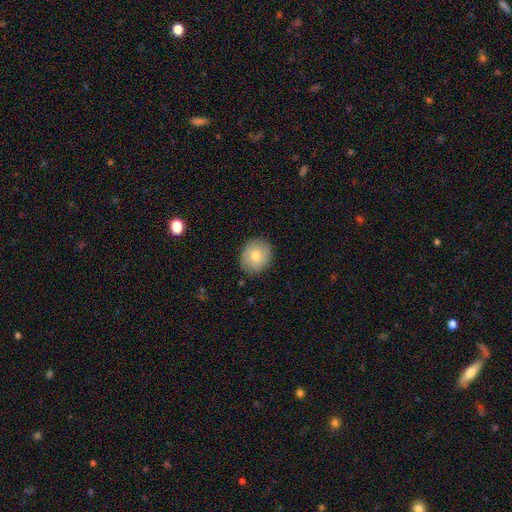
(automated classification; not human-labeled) This appears to be a smooth galaxy with no disk features (74%) that is round (77%). Merging: none (86%).